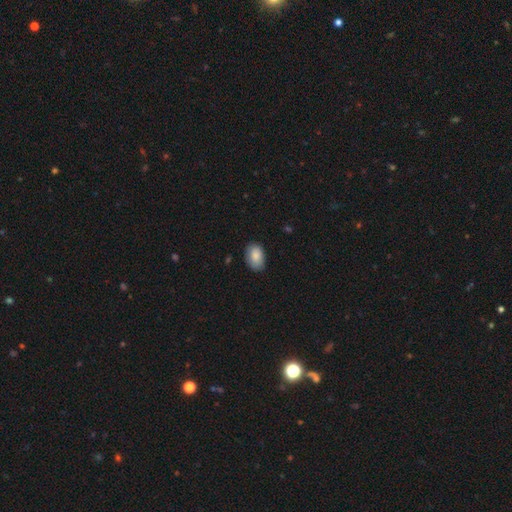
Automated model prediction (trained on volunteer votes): Smooth or featured: smooth — 86% (featured or disk — 7%)
How rounded: in between — 88% (round — 10%)
Merging: none — 77% (minor disturbance — 19%)